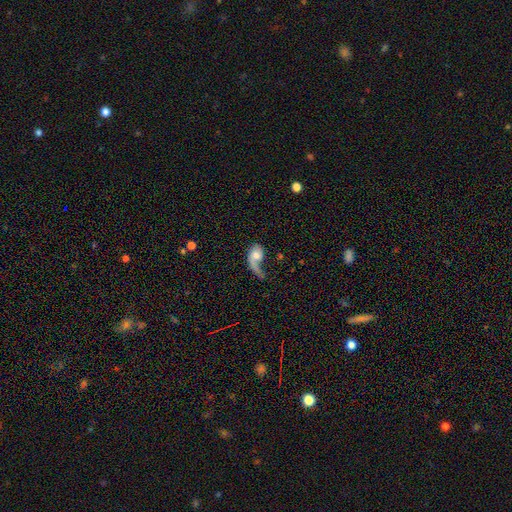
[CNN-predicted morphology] smooth_or_featured: featured or disk (p=0.57) [alt: smooth p=0.35]
disk_edge_on: no (p=0.95) [alt: yes p=0.05]
bar: no (p=0.73) [alt: weak p=0.22]
has_spiral_arms: yes (p=0.80) [alt: no p=0.20]
bulge_size: moderate (p=0.44) [alt: small p=0.27]
merging: major disturbance (p=0.54) [alt: none p=0.22]